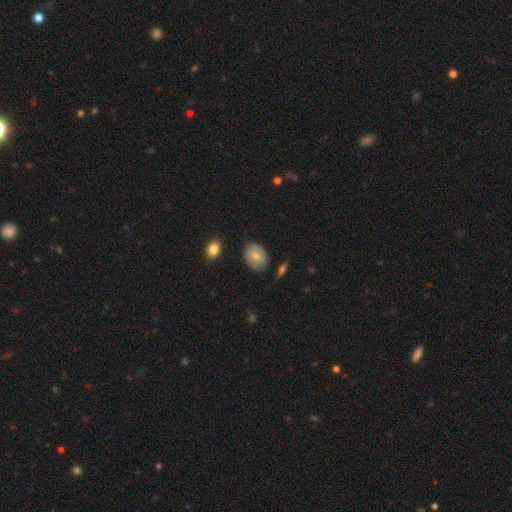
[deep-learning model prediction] A smooth galaxy with no disk features (73%) that is in between round and cigar-shaped (60%).

Vote fractions:
- Smooth or featured? smooth: 73% / featured or disk: 19% / star or artifact: 8%
- How rounded? in between: 60% / round: 39% / cigar-shaped: 1%
- Merging? none: 72% / minor disturbance: 21% / major disturbance: 4% / merger: 3%